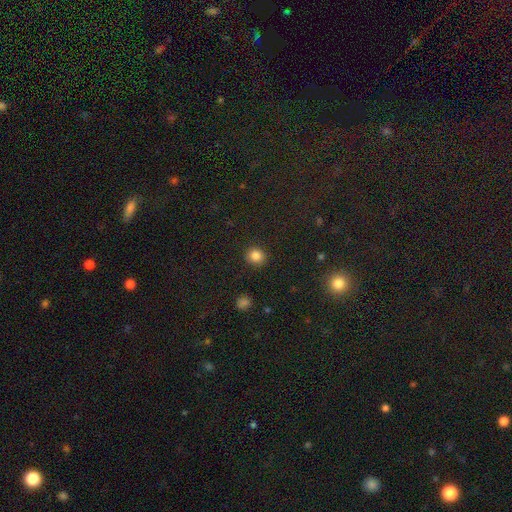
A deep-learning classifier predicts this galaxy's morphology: smooth-or-featured: smooth: 84% | star or artifact: 12% | featured or disk: 4%
  how-rounded: round: 83% | in between: 16% | cigar-shaped: 1%
  merging: none: 90% | minor disturbance: 7% | major disturbance: 2% | merger: 1%